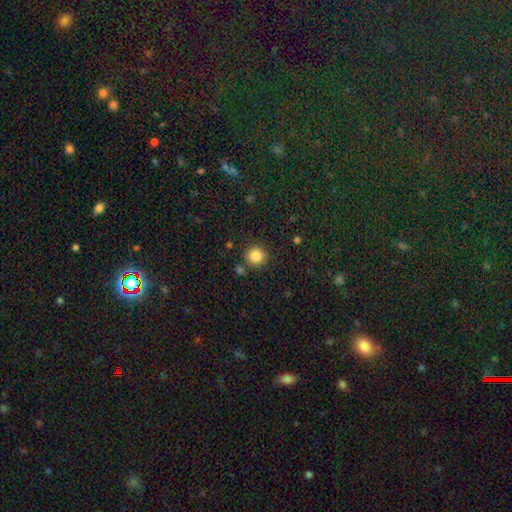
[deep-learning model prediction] smooth_or_featured: smooth (p=0.85) [alt: star or artifact p=0.11]
how_rounded: round (p=0.93) [alt: in between p=0.06]
merging: none (p=0.86) [alt: minor disturbance p=0.07]